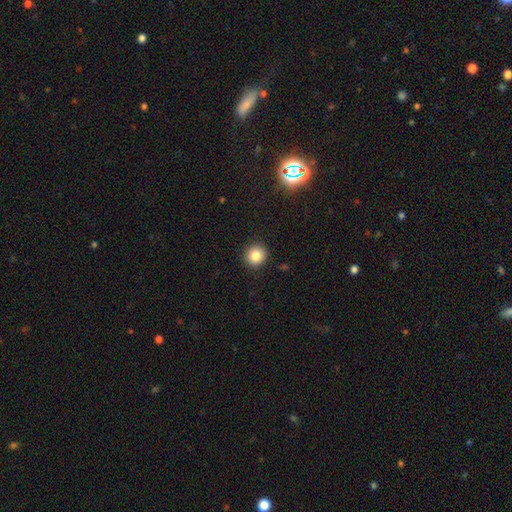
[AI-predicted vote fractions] Smooth or featured?
  - smooth: 84% *
  - star or artifact: 10%
  - featured or disk: 5%
How rounded?
  - round: 92% *
  - in between: 8%
  - cigar-shaped: 1%
Merging?
  - none: 92% *
  - minor disturbance: 6%
  - major disturbance: 2%
  - merger: 1%